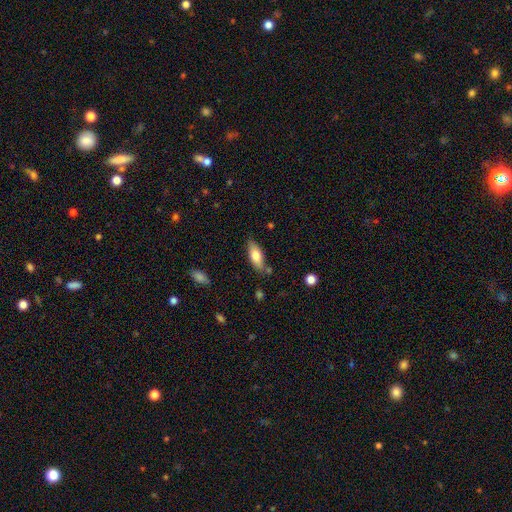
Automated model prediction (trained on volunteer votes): Morphology: type=smooth (73%); roundness=in between (73%); merging=none (77%).